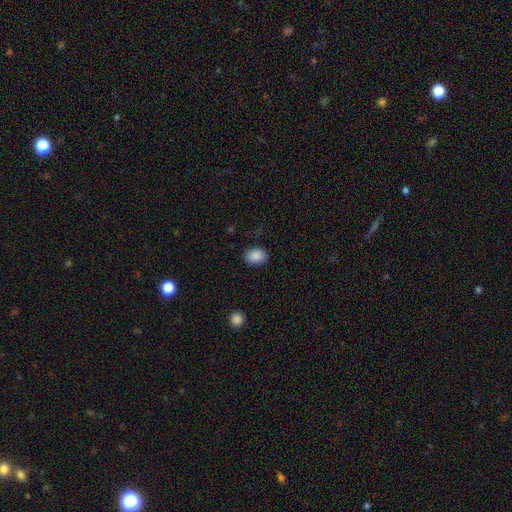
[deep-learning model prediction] This is clearly a smooth galaxy (88%). How rounded: likely in between (75%). Merging: clearly none (86%).